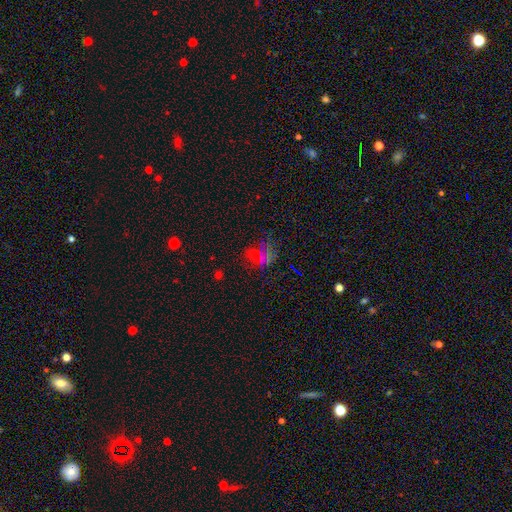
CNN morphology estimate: The model was most divided on "smooth or featured": star or artifact: 47%, smooth: 39%, featured or disk: 14%.